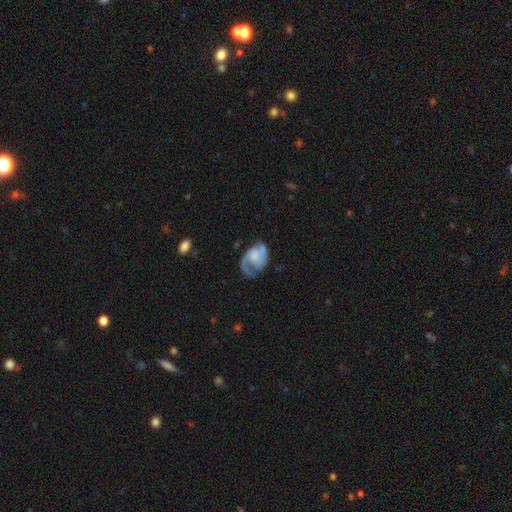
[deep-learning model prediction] Smooth or featured: featured or disk — 74% (smooth — 19%)
Edge-on disk: no — 98% (yes — 2%)
Bar: no — 66% (weak — 28%)
Spiral arms: yes — 88% (no — 12%)
Spiral winding: medium — 46% (loose — 28%)
Spiral arm count: 2 — 65% (1 — 21%)
Bulge size: none — 34% (small — 25%)
Merging: none — 47% (major disturbance — 26%)